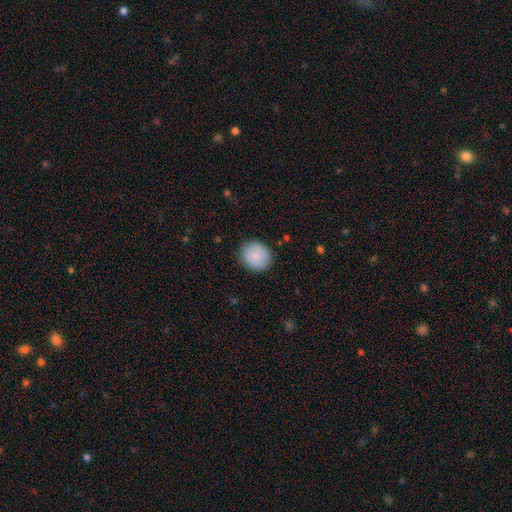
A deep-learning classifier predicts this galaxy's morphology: Smooth or featured?
  - smooth: 84% *
  - featured or disk: 9%
  - star or artifact: 7%
How rounded?
  - round: 75% *
  - in between: 24%
  - cigar-shaped: 1%
Merging?
  - none: 84% *
  - minor disturbance: 12%
  - major disturbance: 3%
  - merger: 1%